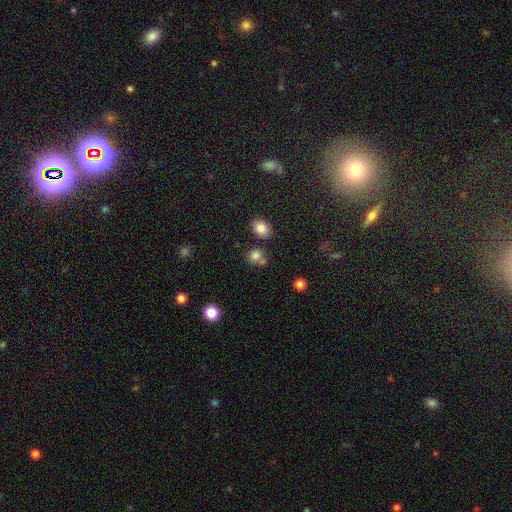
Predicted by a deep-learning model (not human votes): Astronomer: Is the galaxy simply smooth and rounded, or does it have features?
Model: smooth — 82%.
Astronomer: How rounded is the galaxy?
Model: round — 69%.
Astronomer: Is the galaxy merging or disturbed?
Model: none — 60%.